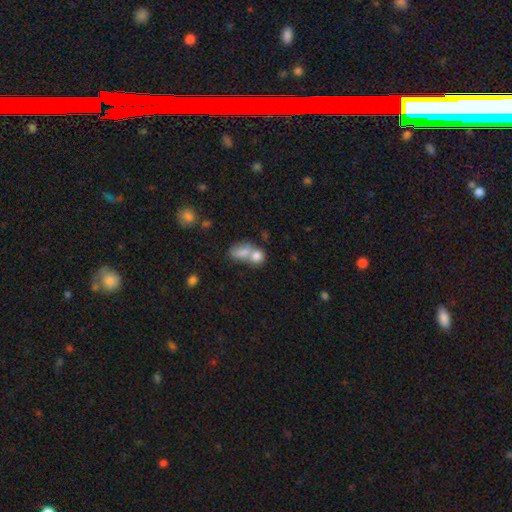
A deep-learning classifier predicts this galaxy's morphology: This appears to be a smooth galaxy with no disk features (79%) that is in between round and cigar-shaped (51%). Merging: merger (63%).